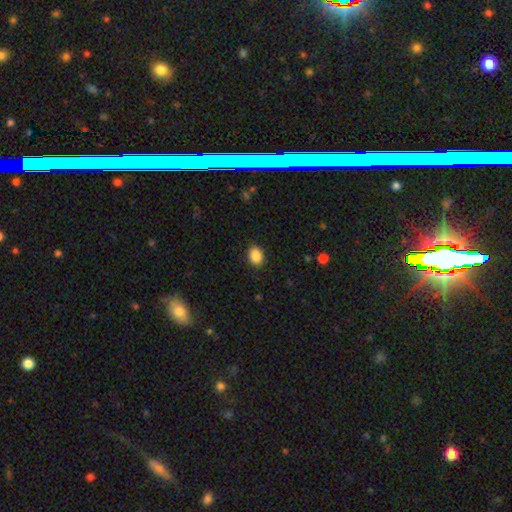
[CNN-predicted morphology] The model was most divided on "how rounded": in between: 67%, round: 32%, cigar-shaped: 1%. More confident: smooth or featured — smooth (88%); merging — none (88%).